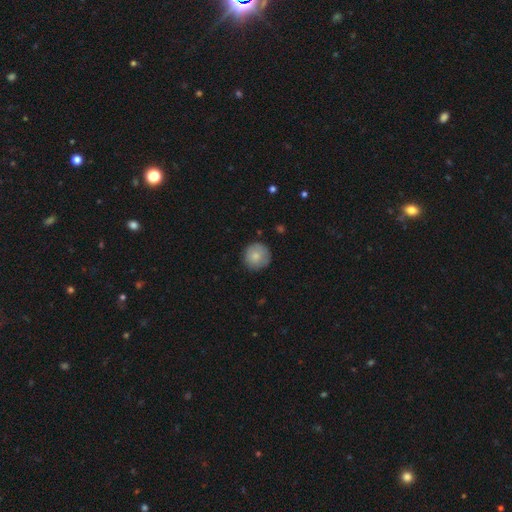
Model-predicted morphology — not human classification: This appears to be a smooth galaxy with no disk features (80%) that is round (95%). Merging: none (85%).